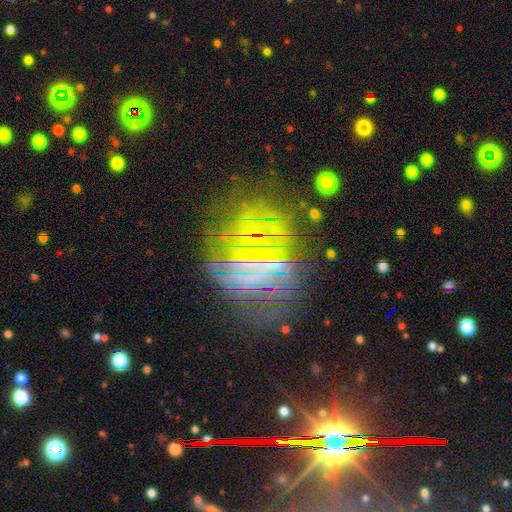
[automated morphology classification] Smooth or featured: featured or disk — 58% (star or artifact — 28%)
Edge-on disk: no — 96% (yes — 4%)
Bar: no — 66% (weak — 23%)
Spiral arms: yes — 53% (no — 47%)
Bulge size: none — 48% (small — 34%)
Merging: none — 49% (major disturbance — 27%)